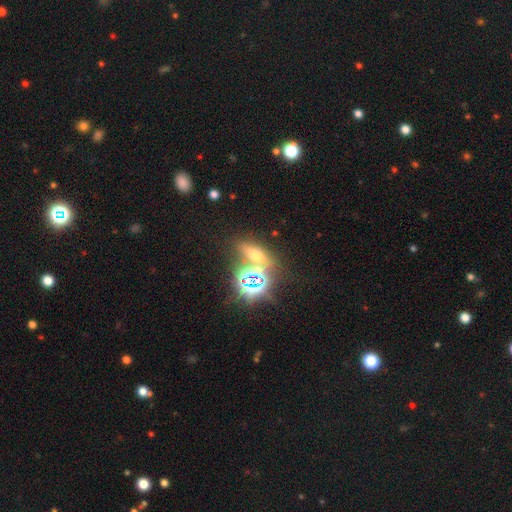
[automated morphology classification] The model was most divided on "smooth or featured": star or artifact: 45%, smooth: 37%, featured or disk: 18%.